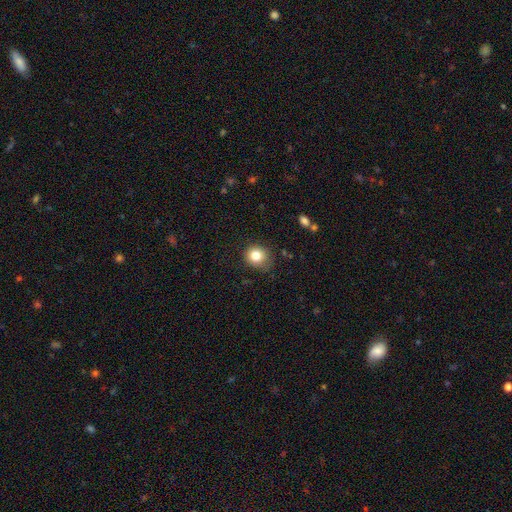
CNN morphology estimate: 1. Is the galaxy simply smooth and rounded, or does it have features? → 82% smooth, 11% star or artifact, 7% featured or disk.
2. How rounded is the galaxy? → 79% round, 20% in between, 1% cigar-shaped.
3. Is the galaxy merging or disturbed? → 72% none, 21% minor disturbance, 5% major disturbance, 2% merger.